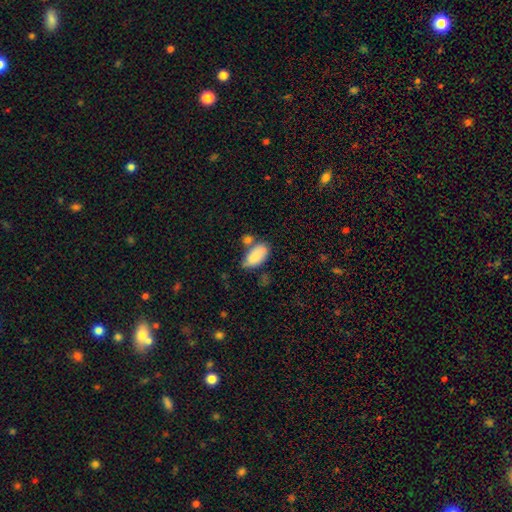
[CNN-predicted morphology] Smooth or featured?
  - smooth: 83% *
  - featured or disk: 11%
  - star or artifact: 7%
How rounded?
  - in between: 92% *
  - cigar-shaped: 5%
  - round: 3%
Merging?
  - none: 49% *
  - minor disturbance: 22%
  - merger: 21%
  - major disturbance: 7%